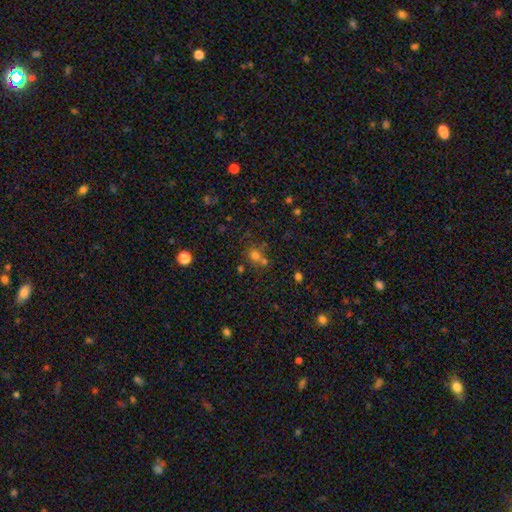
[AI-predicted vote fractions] Overall: smooth (60%; star or artifact 28%). How rounded: round (76%). Merging: none (51%; merger 34%).